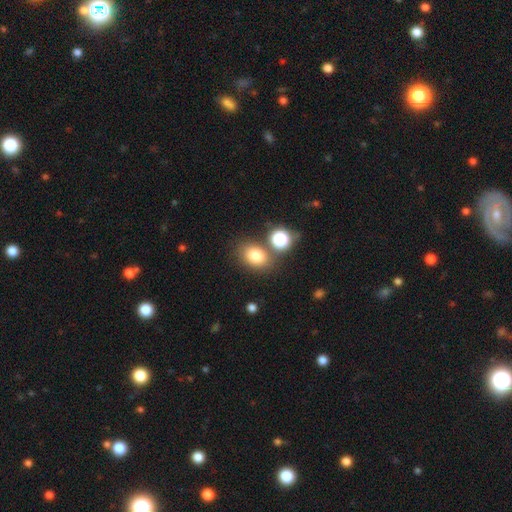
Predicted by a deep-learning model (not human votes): Smooth or featured? Predicted: smooth (p=0.79). How rounded? Predicted: in between (p=0.68). Merging? Predicted: none (p=0.69).